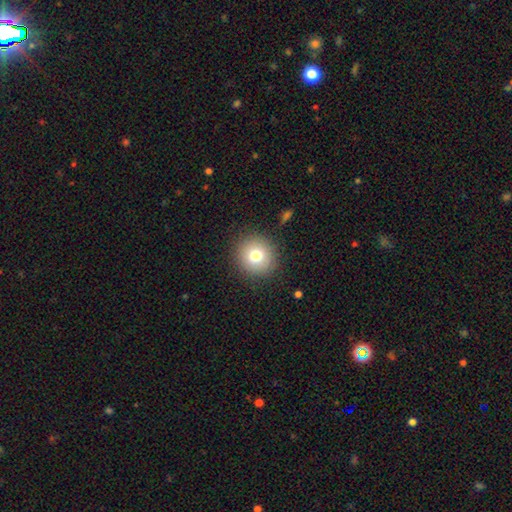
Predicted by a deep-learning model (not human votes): A smooth galaxy with no disk features (76%) that is round (91%). Merging: none (89%).